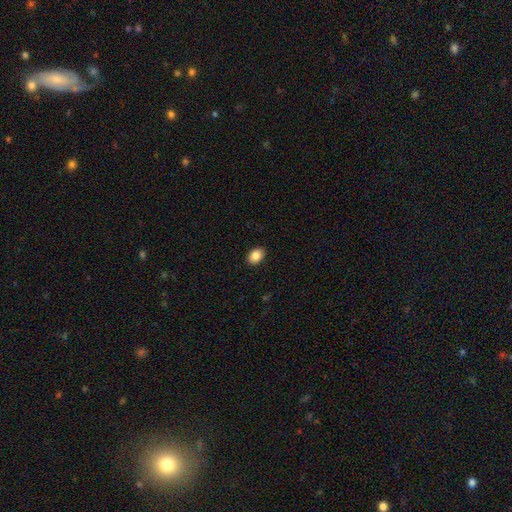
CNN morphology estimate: smooth-or-featured: smooth: 87% | star or artifact: 8% | featured or disk: 5%
  how-rounded: in between: 74% | round: 25% | cigar-shaped: 1%
  merging: none: 91% | minor disturbance: 7% | major disturbance: 2% | merger: 1%